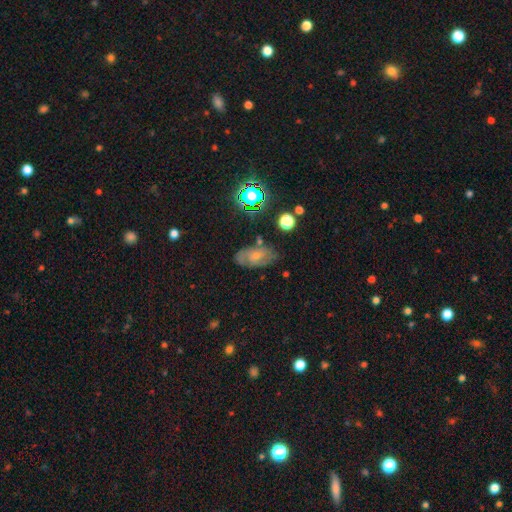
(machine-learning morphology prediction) smooth 45%, featured or disk 42%, star or artifact 13%. Down the decision tree: merging — none (65%).